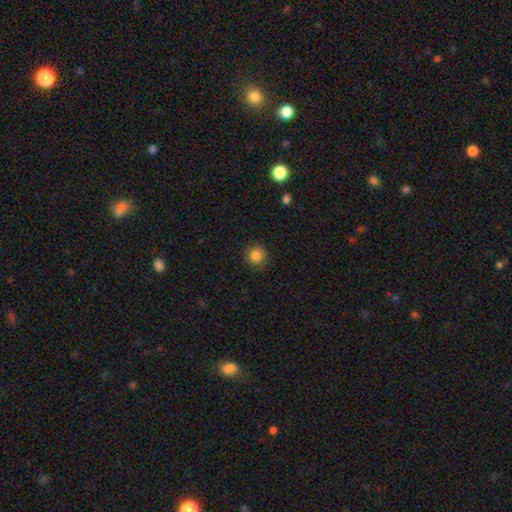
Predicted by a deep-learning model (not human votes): A smooth galaxy with no disk features (83%) that is round (91%). Merging: none (89%).